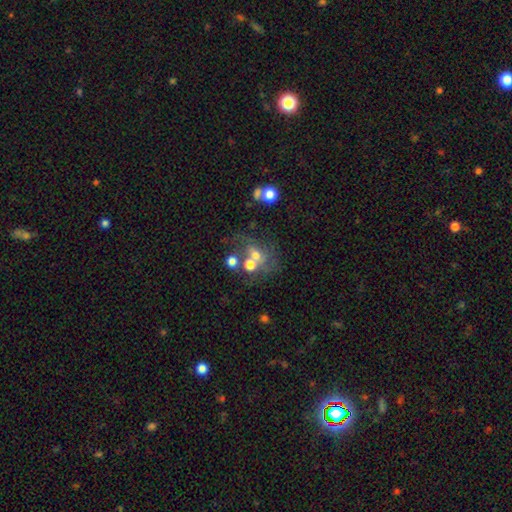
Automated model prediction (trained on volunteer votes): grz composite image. It shows a smooth galaxy with no disk features (50%) that is round (63%). Merging: merger (37%).